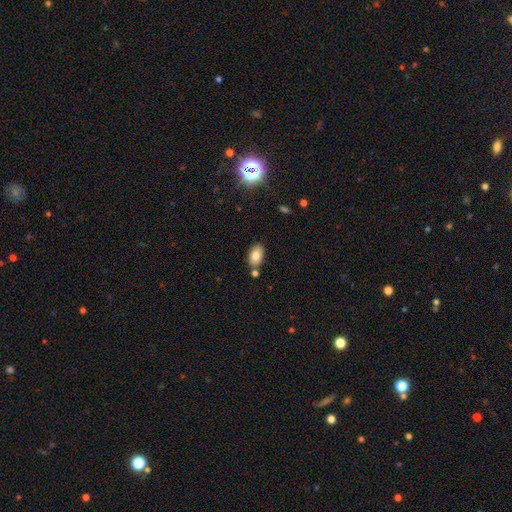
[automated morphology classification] smooth_or_featured: smooth (p=0.81) [alt: featured or disk p=0.10]
how_rounded: in between (p=0.91) [alt: round p=0.08]
merging: none (p=0.77) [alt: minor disturbance p=0.12]